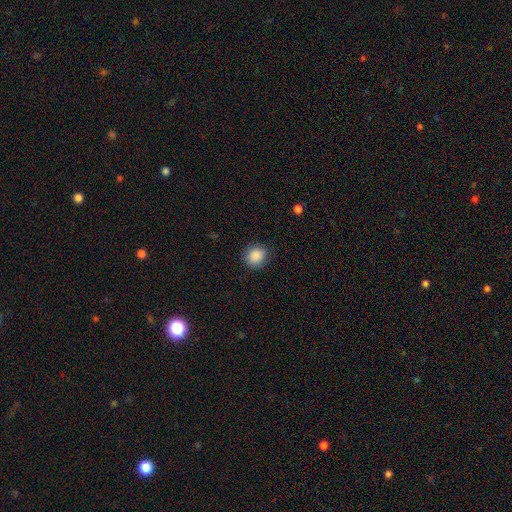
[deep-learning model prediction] Smooth or featured? Predicted: smooth (p=0.87). How rounded? Predicted: round (p=0.76). Merging? Predicted: none (p=0.85).